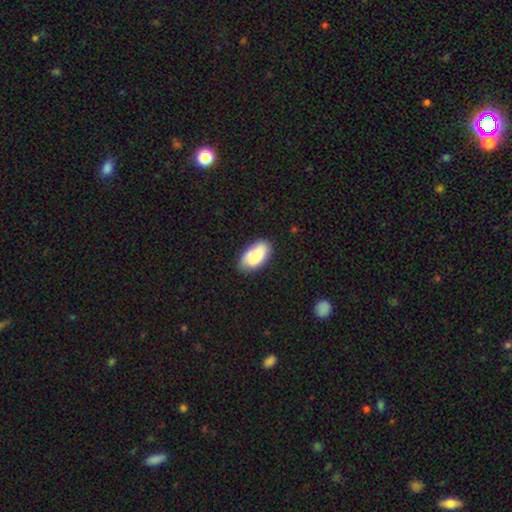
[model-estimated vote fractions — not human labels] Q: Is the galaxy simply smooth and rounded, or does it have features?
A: smooth — 80%.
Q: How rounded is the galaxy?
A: in between — 93%.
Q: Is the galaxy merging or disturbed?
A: none — 69%.